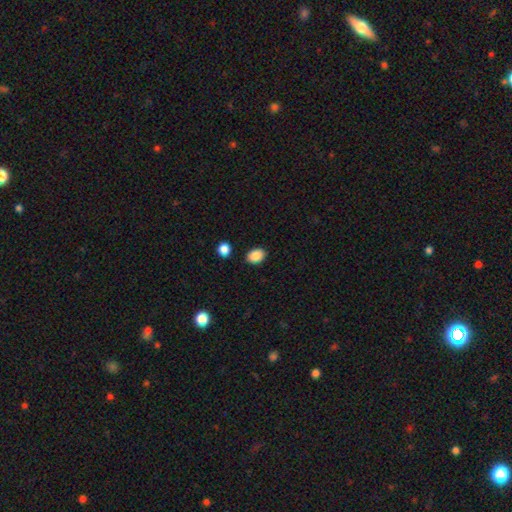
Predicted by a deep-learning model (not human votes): Q: Smooth or featured?
A: smooth (88%); runner-up: star or artifact (8%)
Q: How rounded?
A: in between (74%); runner-up: round (25%)
Q: Merging?
A: none (86%); runner-up: minor disturbance (9%)